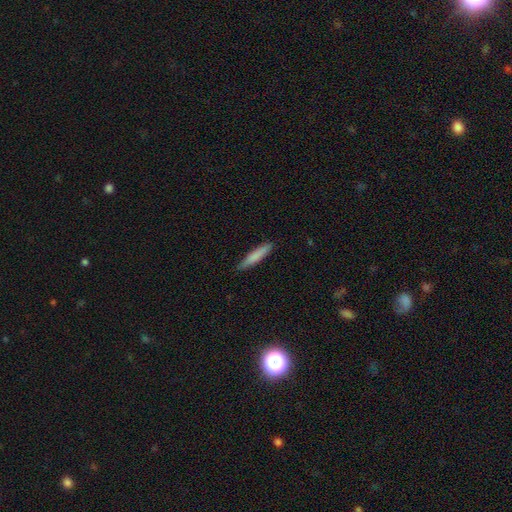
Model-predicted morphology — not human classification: Overall: smooth (79%). How rounded: cigar-shaped (89%). Merging: none (84%).